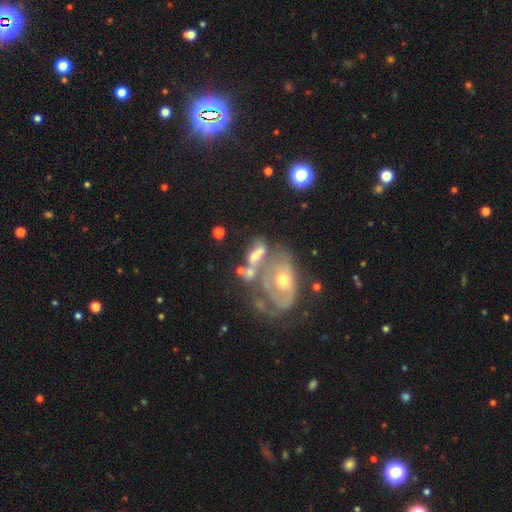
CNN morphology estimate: type=featured or disk (54%); edge-on=no (90%); merging=merger (47%).